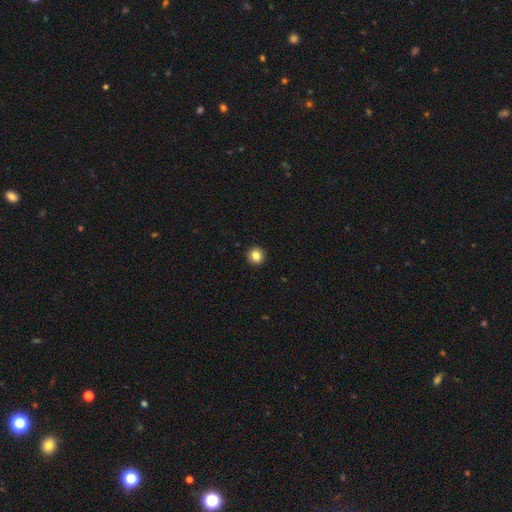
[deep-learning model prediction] This is clearly a smooth galaxy (84%). How rounded: clearly round (94%). Merging: clearly none (94%).